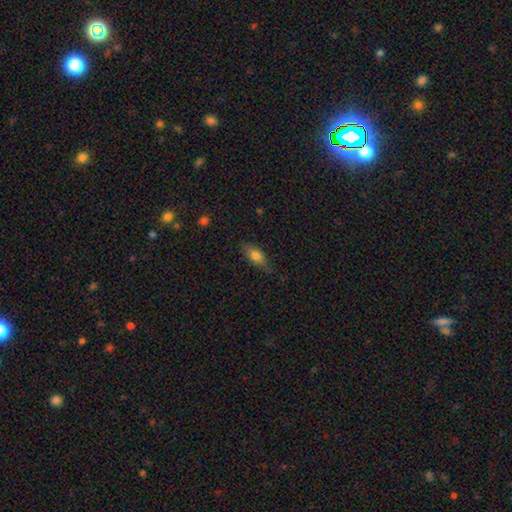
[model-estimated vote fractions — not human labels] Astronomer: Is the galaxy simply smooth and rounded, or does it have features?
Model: smooth — 77%.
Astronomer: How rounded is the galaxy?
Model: in between — 82%.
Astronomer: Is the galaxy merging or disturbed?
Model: none — 70%.